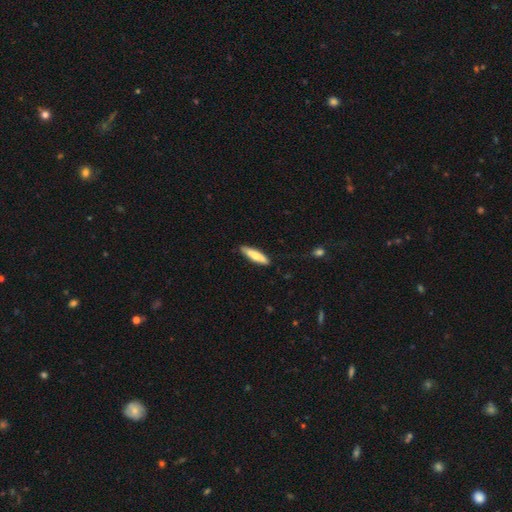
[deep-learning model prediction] Smooth or featured? smooth (75%)
How rounded? cigar-shaped (73%)
Merging? none (84%)